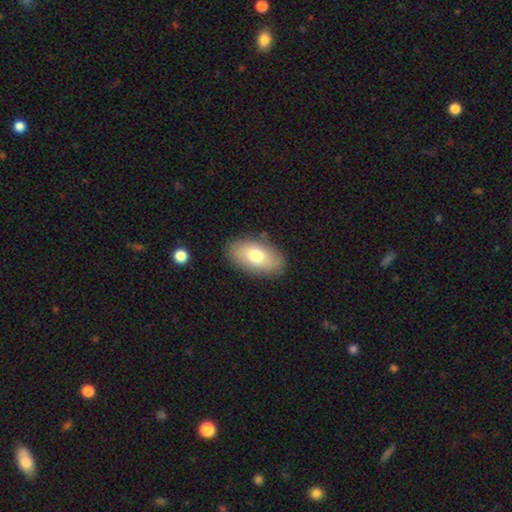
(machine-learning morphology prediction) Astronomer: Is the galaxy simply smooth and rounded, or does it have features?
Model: smooth — 74%.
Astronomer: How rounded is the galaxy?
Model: in between — 93%.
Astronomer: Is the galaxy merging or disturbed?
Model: none — 85%.